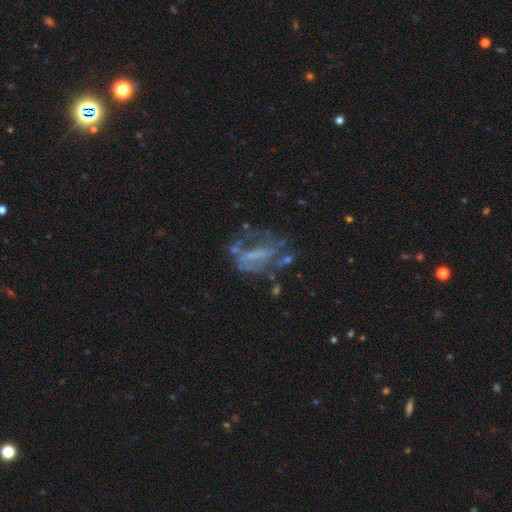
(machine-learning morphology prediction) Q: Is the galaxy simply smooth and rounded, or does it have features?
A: featured or disk — 67%.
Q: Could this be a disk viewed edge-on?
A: no — 93%.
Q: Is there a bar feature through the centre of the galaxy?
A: no — 38%.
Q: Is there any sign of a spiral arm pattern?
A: no — 57%.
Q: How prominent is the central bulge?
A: none — 50%.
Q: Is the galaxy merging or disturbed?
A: none — 41%.